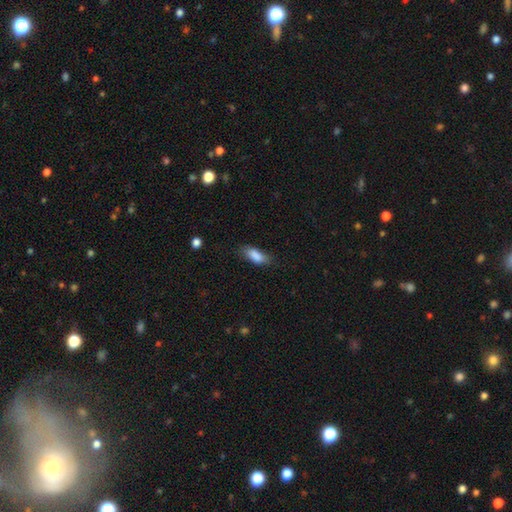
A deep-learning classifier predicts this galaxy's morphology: This is clearly a smooth galaxy (85%). How rounded: likely in between (77%). Merging: likely none (68%).